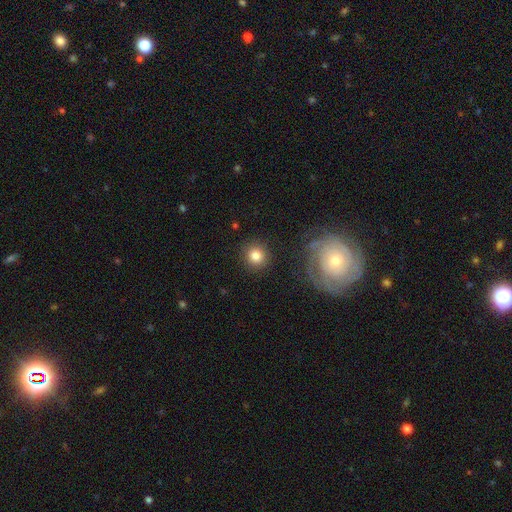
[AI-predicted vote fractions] A smooth galaxy with no disk features (82%) that is round (93%). Merging: none (89%).